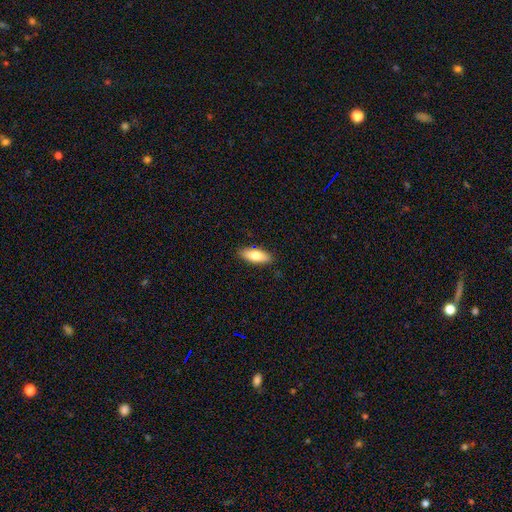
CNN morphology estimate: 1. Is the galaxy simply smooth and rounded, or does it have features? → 79% smooth, 15% featured or disk, 6% star or artifact.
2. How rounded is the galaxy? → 68% in between, 30% cigar-shaped, 2% round.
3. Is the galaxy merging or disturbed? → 88% none, 10% minor disturbance, 2% major disturbance, 1% merger.